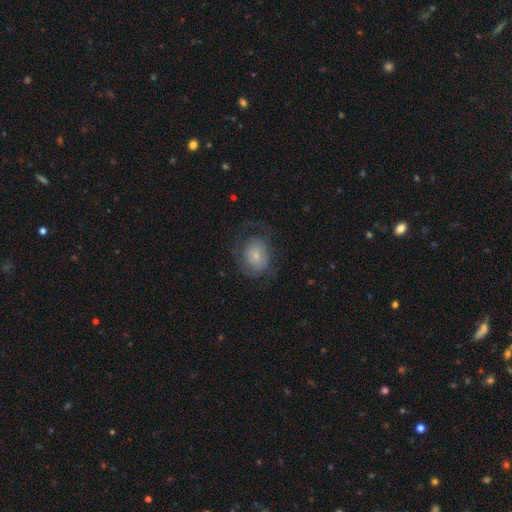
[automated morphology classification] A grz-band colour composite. It shows a smooth galaxy with no disk features (61%) that is in between round and cigar-shaped (50%). Merging: none (53%).